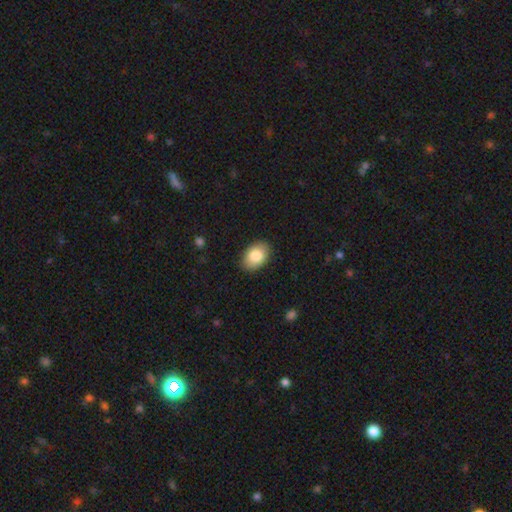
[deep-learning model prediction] Smooth or featured? smooth (84%)
How rounded? in between (85%)
Merging? none (88%)